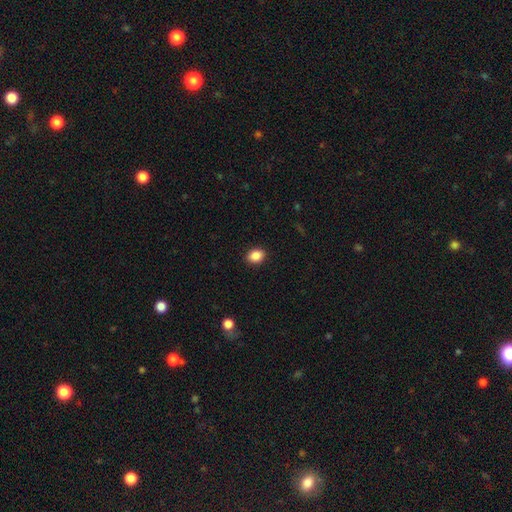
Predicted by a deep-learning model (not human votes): smooth-or-featured: smooth: 88% | star or artifact: 9% | featured or disk: 4%
  how-rounded: in between: 65% | round: 34% | cigar-shaped: 1%
  merging: none: 90% | minor disturbance: 7% | major disturbance: 2% | merger: 1%